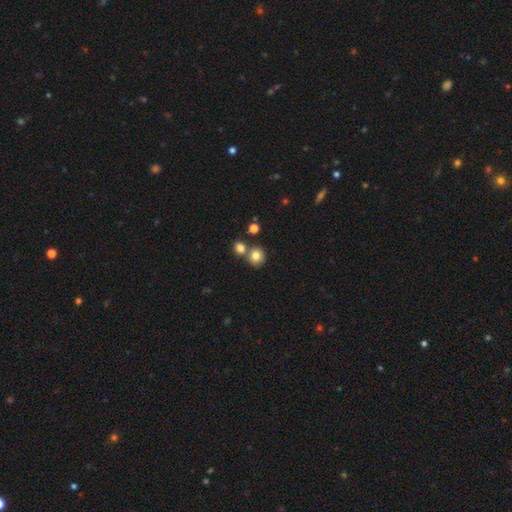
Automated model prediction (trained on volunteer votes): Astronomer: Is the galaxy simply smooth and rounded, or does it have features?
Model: smooth — 80%.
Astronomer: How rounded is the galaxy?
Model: round — 84%.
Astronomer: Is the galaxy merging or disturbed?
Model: none — 59%.